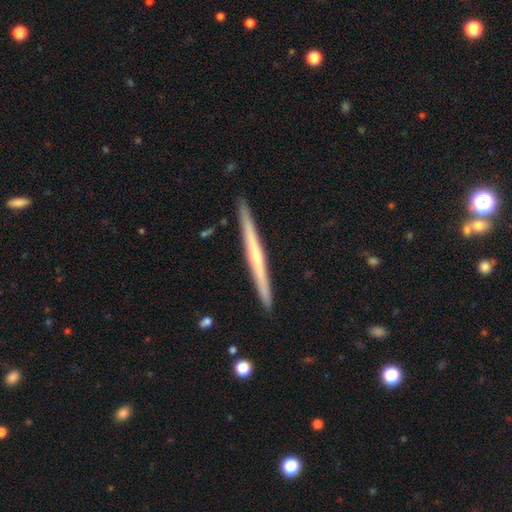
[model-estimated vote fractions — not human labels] Morphology: type=featured or disk (64%); edge-on=yes (98%); edge-on bulge=none (56%); merging=none (93%).